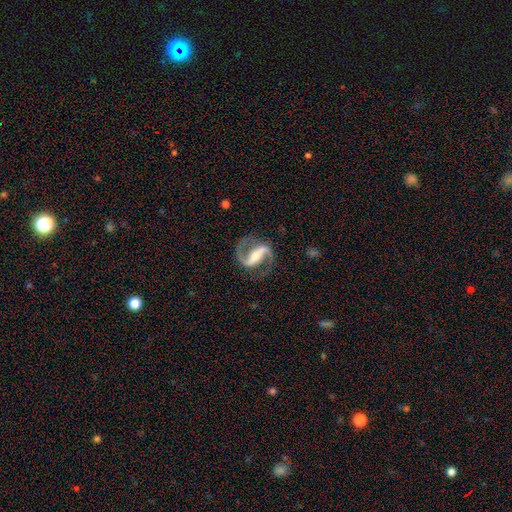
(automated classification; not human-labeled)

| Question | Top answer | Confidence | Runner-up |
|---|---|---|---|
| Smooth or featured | featured or disk | 92% | star or artifact (4%) |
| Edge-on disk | no | 97% | yes (3%) |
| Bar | strong | 65% | weak (23%) |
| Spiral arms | yes | 98% | no (2%) |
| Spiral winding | medium | 53% | loose (34%) |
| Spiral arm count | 2 | 94% | 1 (2%) |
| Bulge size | moderate | 50% | small (38%) |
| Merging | none | 82% | minor disturbance (11%) |